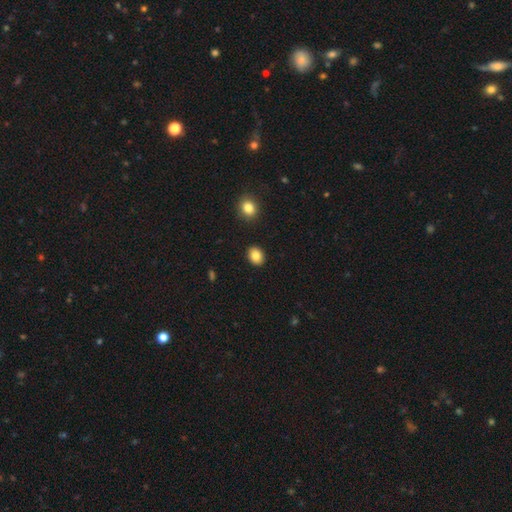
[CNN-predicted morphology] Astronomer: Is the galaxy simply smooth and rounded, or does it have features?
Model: smooth — 85%.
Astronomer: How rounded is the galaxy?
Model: in between — 52% (runner-up: round, 47%).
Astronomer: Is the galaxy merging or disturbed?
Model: none — 90%.